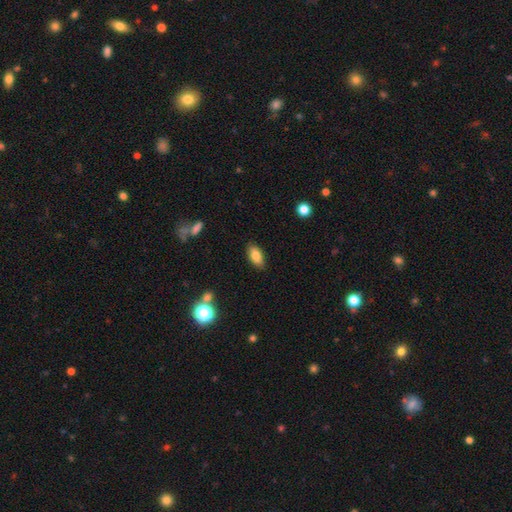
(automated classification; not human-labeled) This appears to be a smooth galaxy with no disk features (82%) that is in between round and cigar-shaped (90%). Merging: none (86%).